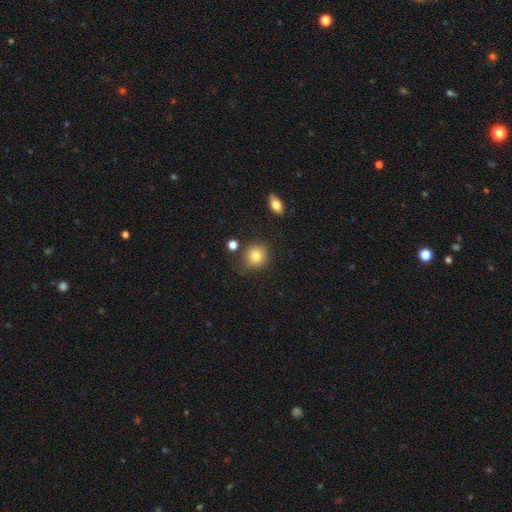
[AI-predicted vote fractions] Smooth or featured? Predicted: smooth (p=0.82). How rounded? Predicted: round (p=0.84). Merging? Predicted: none (p=0.77).